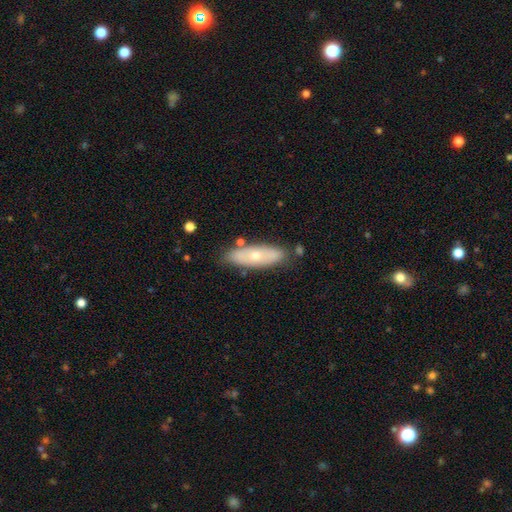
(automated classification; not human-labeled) A smooth galaxy with no disk features (52%) that is in between round and cigar-shaped (57%). Merging: none (78%).